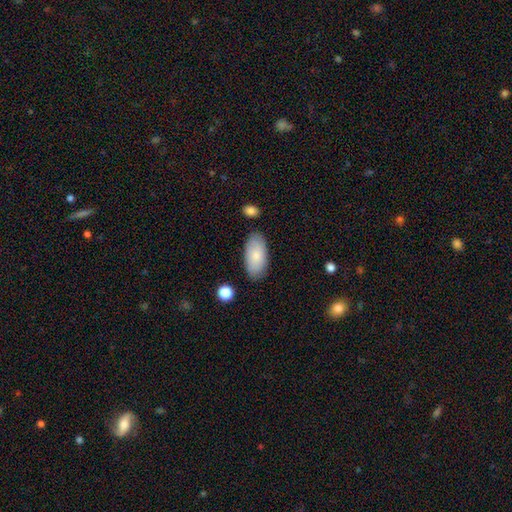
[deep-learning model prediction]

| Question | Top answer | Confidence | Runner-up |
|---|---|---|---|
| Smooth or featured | smooth | 81% | featured or disk (14%) |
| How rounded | in between | 94% | cigar-shaped (4%) |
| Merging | none | 83% | minor disturbance (12%) |